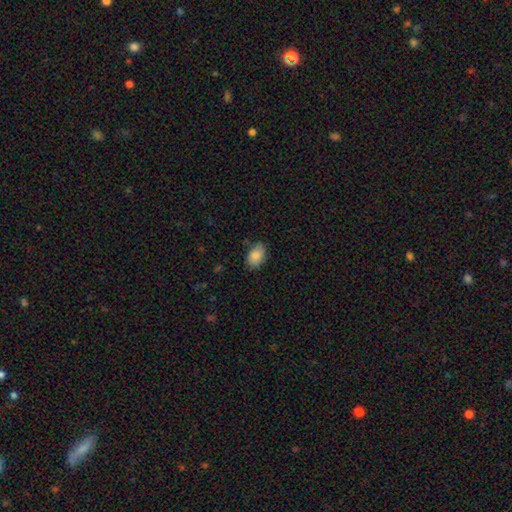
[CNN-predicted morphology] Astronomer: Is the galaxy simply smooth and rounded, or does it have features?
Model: smooth — 86%.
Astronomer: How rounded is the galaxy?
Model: in between — 86%.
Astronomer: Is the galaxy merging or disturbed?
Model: none — 73%.